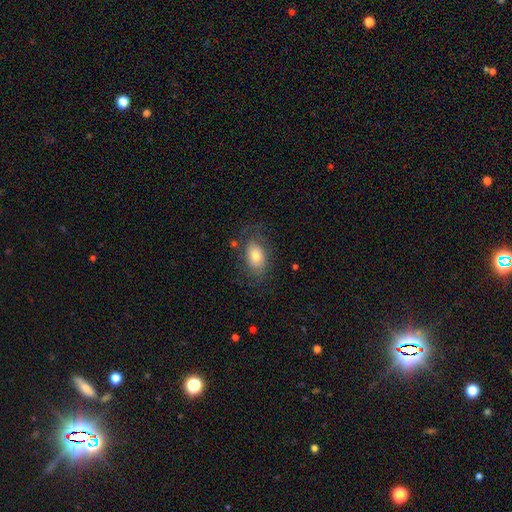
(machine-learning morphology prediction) This is likely a smooth galaxy (64%). How rounded: clearly in between (88%). Merging: likely none (67%).